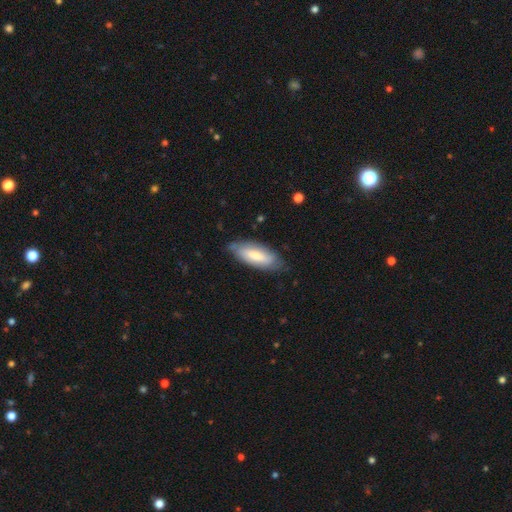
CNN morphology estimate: type=smooth (65%); roundness=in between (73%); merging=none (73%).